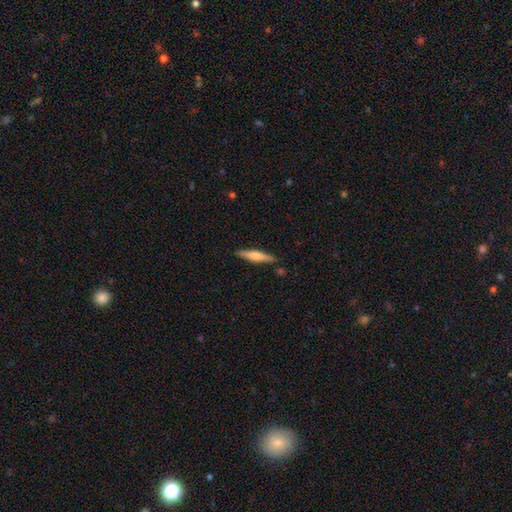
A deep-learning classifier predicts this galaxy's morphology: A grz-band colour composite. It shows a smooth galaxy with no disk features (52%) that is cigar-shaped (87%). Merging: none (87%).